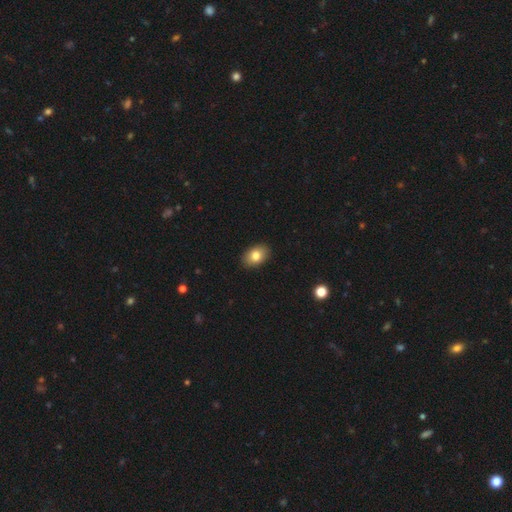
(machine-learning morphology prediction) smooth-or-featured: smooth: 81% | featured or disk: 11% | star or artifact: 8%
  how-rounded: in between: 84% | round: 15% | cigar-shaped: 1%
  merging: none: 89% | minor disturbance: 8% | major disturbance: 2% | merger: 1%